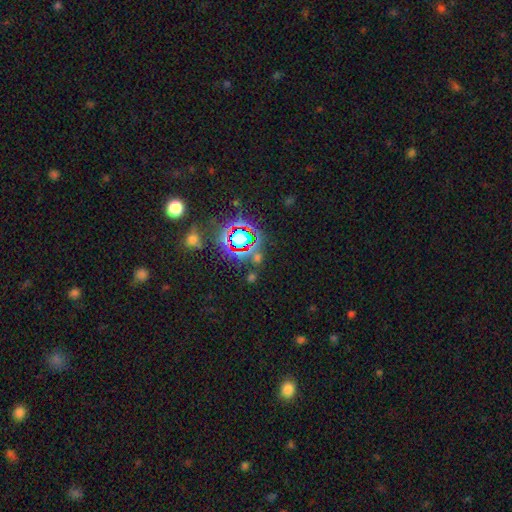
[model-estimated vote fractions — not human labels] This appears to be a star or artifact, not a galaxy (74%).